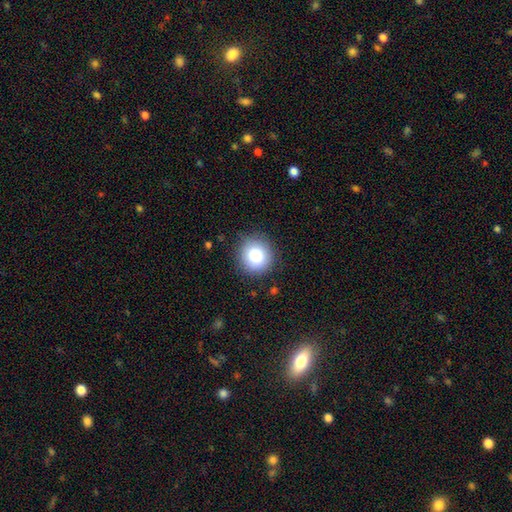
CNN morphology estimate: The model was most divided on "smooth or featured": smooth: 82%, star or artifact: 10%, featured or disk: 8%. More confident: how rounded — round (92%); merging — none (88%).